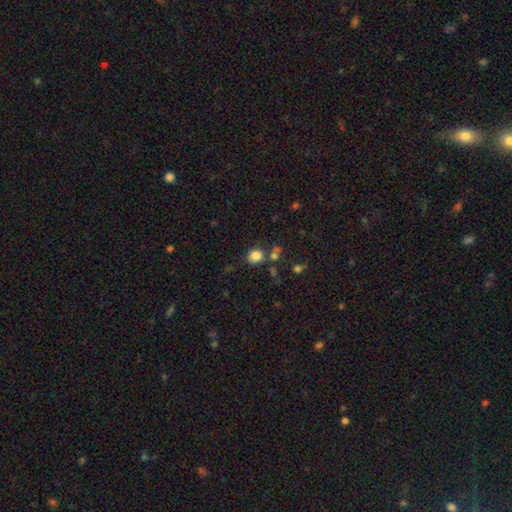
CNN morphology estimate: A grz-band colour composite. It shows a smooth galaxy with no disk features (83%) that is round (77%). Merging: none (72%).